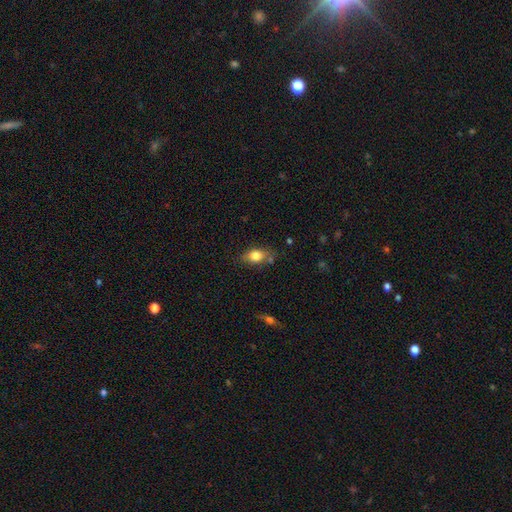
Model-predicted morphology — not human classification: smooth-or-featured: smooth: 78% | featured or disk: 13% | star or artifact: 9%
  how-rounded: in between: 78% | round: 17% | cigar-shaped: 5%
  merging: none: 66% | minor disturbance: 22% | merger: 6% | major disturbance: 5%